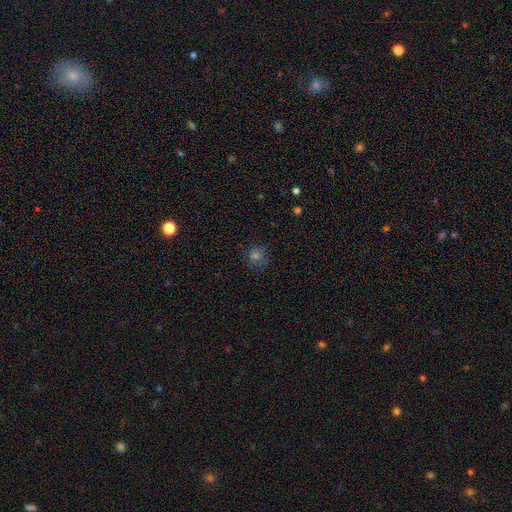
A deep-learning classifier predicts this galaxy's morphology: smooth-or-featured: smooth: 62% | star or artifact: 25% | featured or disk: 12%
  how-rounded: round: 85% | in between: 14% | cigar-shaped: 1%
  merging: none: 79% | minor disturbance: 14% | major disturbance: 5% | merger: 1%